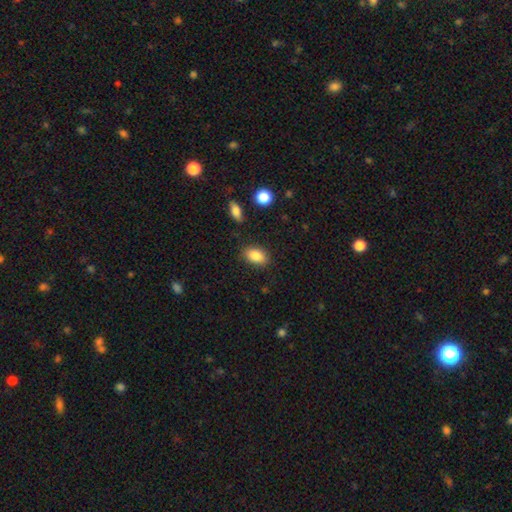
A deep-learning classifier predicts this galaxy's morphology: smooth-or-featured: smooth: 86% | star or artifact: 8% | featured or disk: 6%
  how-rounded: in between: 88% | round: 10% | cigar-shaped: 2%
  merging: none: 85% | minor disturbance: 11% | major disturbance: 3% | merger: 2%